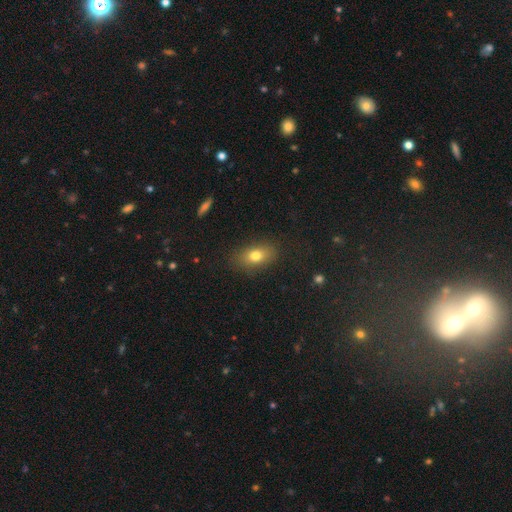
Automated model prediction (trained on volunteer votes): Overall: smooth (77%). How rounded: in between (82%). Merging: none (84%).